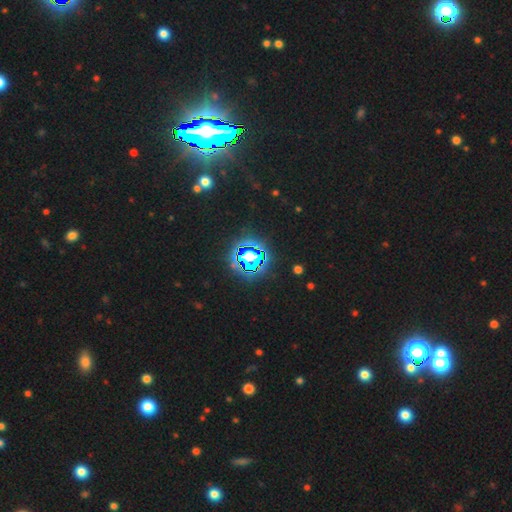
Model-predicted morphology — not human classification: The model was most divided on "smooth or featured": star or artifact: 76%, smooth: 15%, featured or disk: 9%.